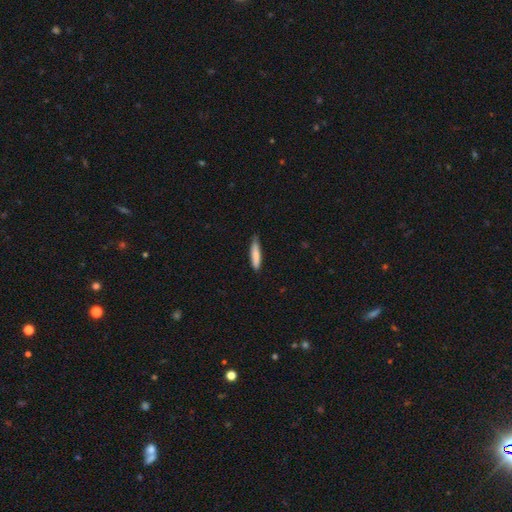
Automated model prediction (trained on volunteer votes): A smooth galaxy with no disk features (81%) that is cigar-shaped (84%). Merging: none (77%).